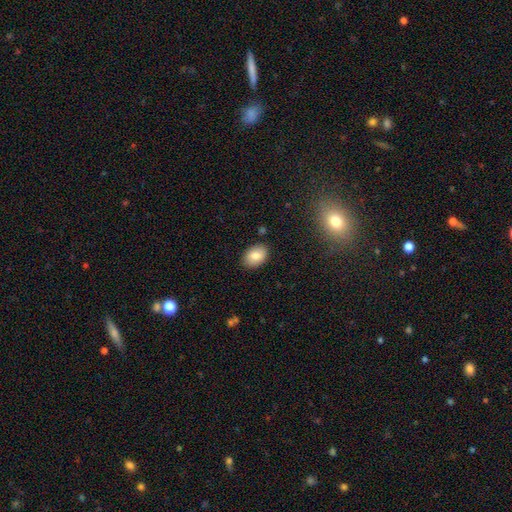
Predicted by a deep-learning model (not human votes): This is clearly a smooth galaxy (83%). How rounded: clearly in between (81%). Merging: clearly none (87%).